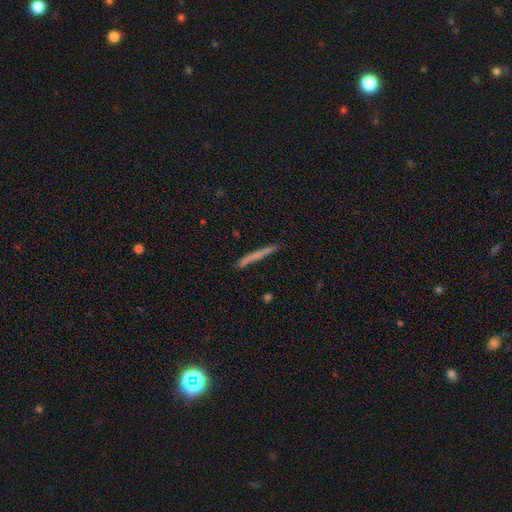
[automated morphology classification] Smooth or featured? Predicted: smooth (p=0.58). How rounded? Predicted: cigar-shaped (p=0.96). Merging? Predicted: none (p=0.85).